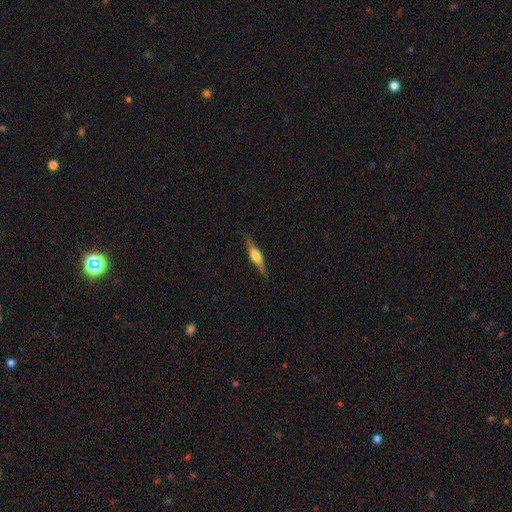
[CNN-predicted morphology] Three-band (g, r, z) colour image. It shows a featured or disk galaxy (56%) viewed edge-on (95%) with a rounded central bulge (80%). Merging: none (84%).